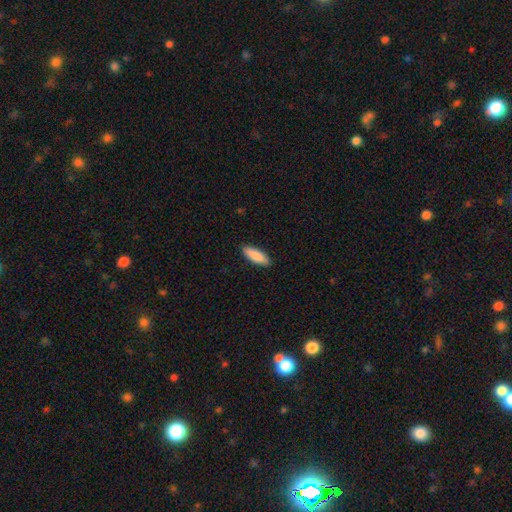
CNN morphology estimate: Smooth or featured? smooth (89%)
How rounded? in between (59%)
Merging? none (89%)